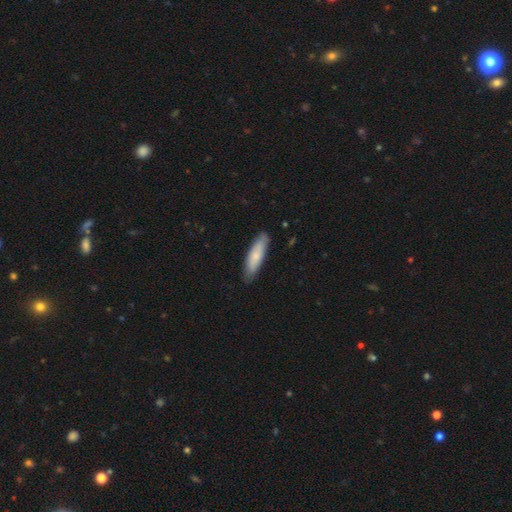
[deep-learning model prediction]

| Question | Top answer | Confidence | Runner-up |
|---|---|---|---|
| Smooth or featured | smooth | 75% | featured or disk (19%) |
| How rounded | cigar-shaped | 66% | in between (33%) |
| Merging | none | 83% | minor disturbance (13%) |